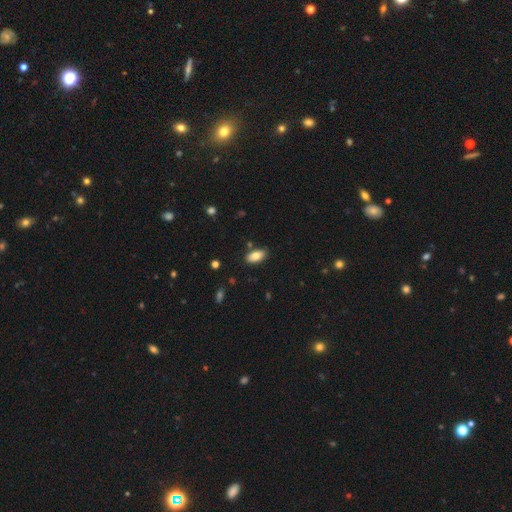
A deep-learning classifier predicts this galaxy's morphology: smooth_or_featured: smooth (p=0.79) [alt: featured or disk p=0.13]
how_rounded: in between (p=0.93) [alt: cigar-shaped p=0.04]
merging: none (p=0.84) [alt: minor disturbance p=0.11]